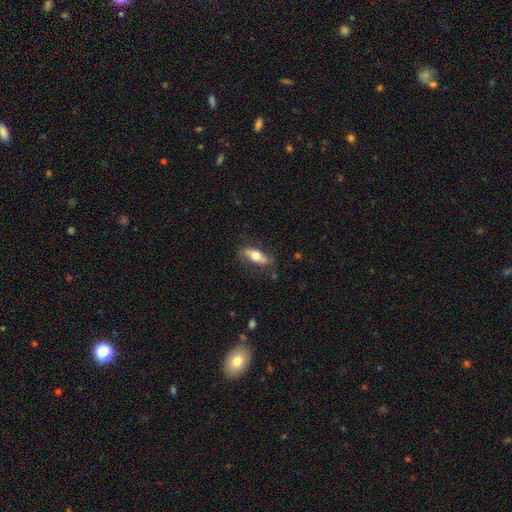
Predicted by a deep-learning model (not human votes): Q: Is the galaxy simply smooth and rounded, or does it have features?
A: smooth — 59%.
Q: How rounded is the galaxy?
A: in between — 66%.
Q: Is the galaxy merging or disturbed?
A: none — 75%.